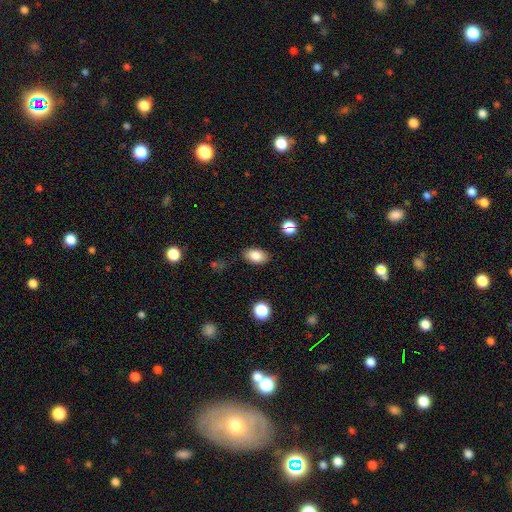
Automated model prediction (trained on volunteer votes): Morphology: type=smooth (84%); roundness=in between (90%); merging=none (84%).